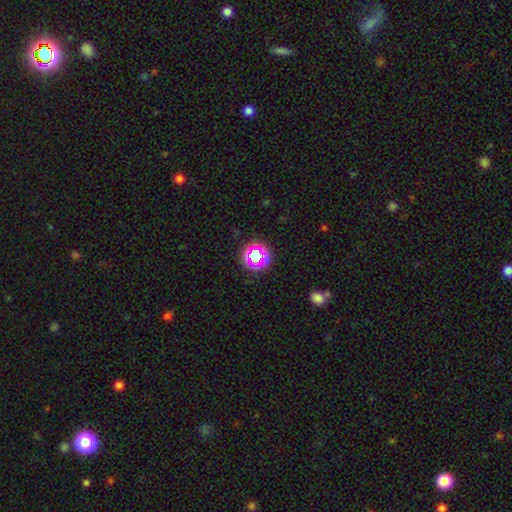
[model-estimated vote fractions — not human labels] A star or artifact, not a galaxy (58%).

Vote fractions:
- Smooth or featured? star or artifact: 58% / smooth: 31% / featured or disk: 12%